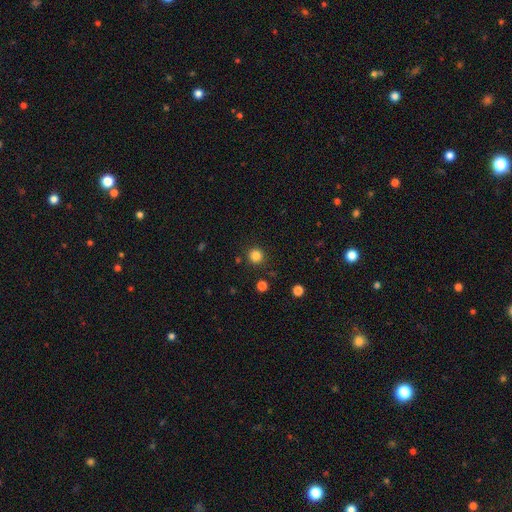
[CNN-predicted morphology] Smooth or featured?
  - smooth: 84% *
  - star or artifact: 13%
  - featured or disk: 4%
How rounded?
  - round: 95% *
  - in between: 4%
  - cigar-shaped: 1%
Merging?
  - none: 89% *
  - minor disturbance: 6%
  - major disturbance: 2%
  - merger: 2%